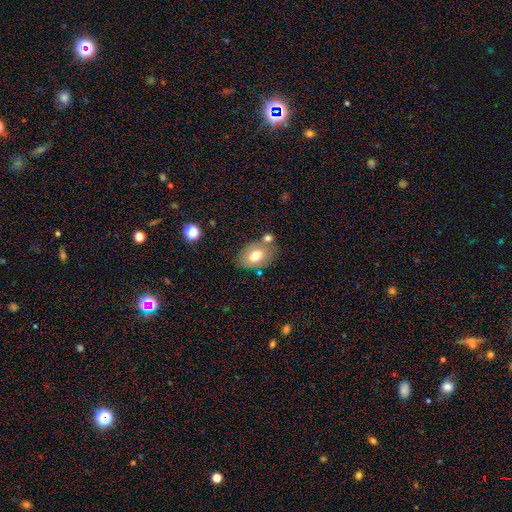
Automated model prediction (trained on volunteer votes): Smooth or featured? smooth (71%)
How rounded? in between (79%)
Merging? none (63%)